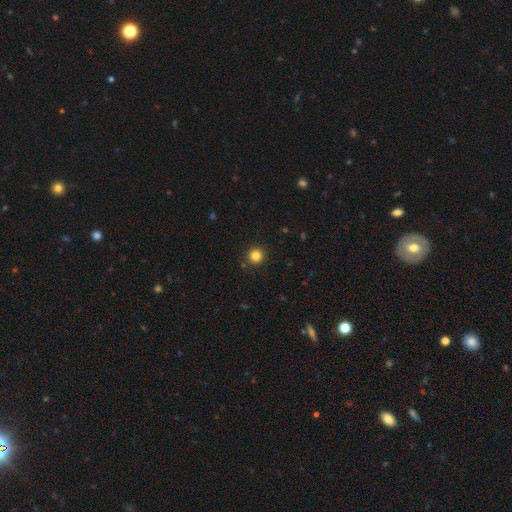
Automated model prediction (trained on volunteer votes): Q: Smooth or featured?
A: smooth (83%); runner-up: star or artifact (12%)
Q: How rounded?
A: round (95%); runner-up: in between (4%)
Q: Merging?
A: none (92%); runner-up: minor disturbance (5%)